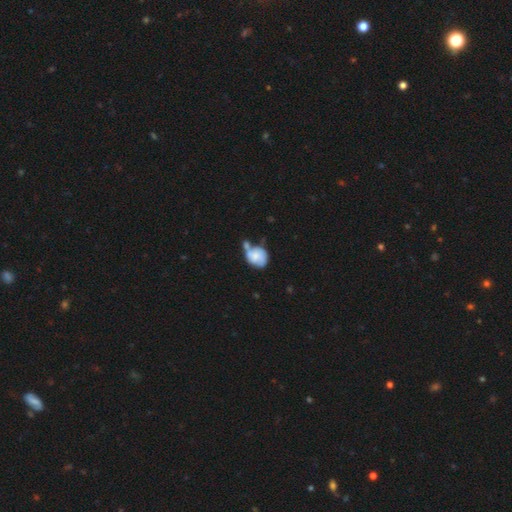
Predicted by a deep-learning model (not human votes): Smooth or featured? Predicted: smooth (p=0.60). How rounded? Predicted: round (p=0.59). Merging? Predicted: merger (p=0.41).